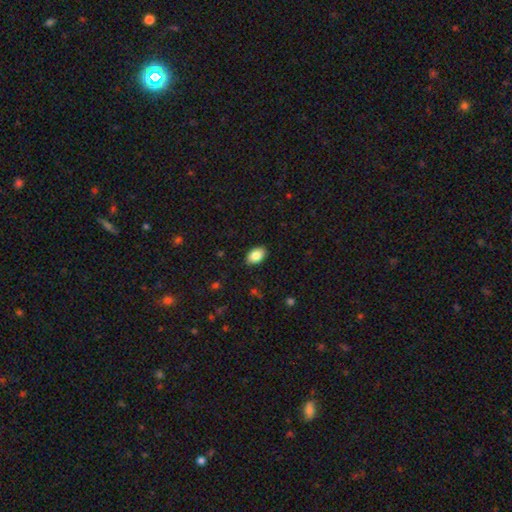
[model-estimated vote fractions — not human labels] Q: Smooth or featured?
A: smooth (86%); runner-up: star or artifact (7%)
Q: How rounded?
A: in between (90%); runner-up: round (9%)
Q: Merging?
A: none (89%); runner-up: minor disturbance (8%)